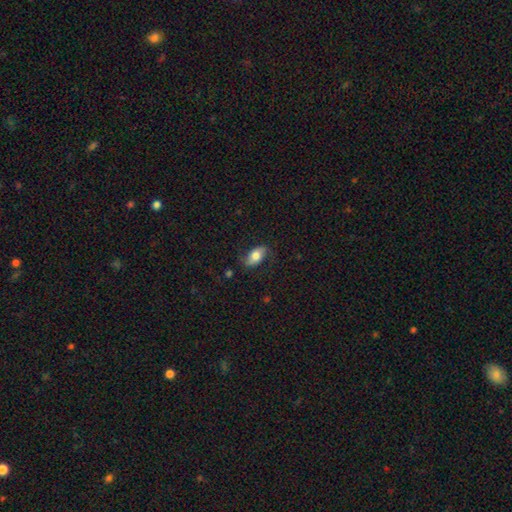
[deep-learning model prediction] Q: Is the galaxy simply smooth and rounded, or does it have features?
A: smooth — 64%.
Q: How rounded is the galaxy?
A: in between — 88%.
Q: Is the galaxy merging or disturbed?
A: none — 74%.